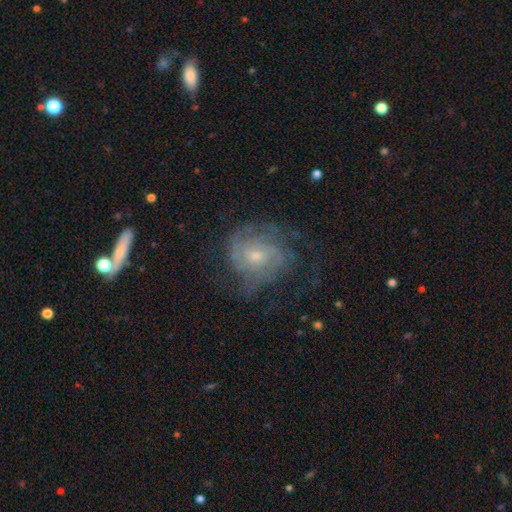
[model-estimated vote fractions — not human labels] smooth-or-featured: featured or disk: 79% | smooth: 14% | star or artifact: 8%
  disk-edge-on: no: 97% | yes: 3%
    bar: no: 64% | weak: 31% | strong: 5%
    has-spiral-arms: yes: 90% | no: 10%
      spiral-winding: tight: 56% | medium: 34% | loose: 11%
      spiral-arm-count: can't tell: 40% | 2: 24% | 3: 17% | 4: 9% | 1: 5% | more than 4: 5%
    bulge-size: small: 55% | moderate: 40% | none: 2% | large: 2% | dominant: 1%
  merging: none: 63% | minor disturbance: 20% | major disturbance: 16% | merger: 2%